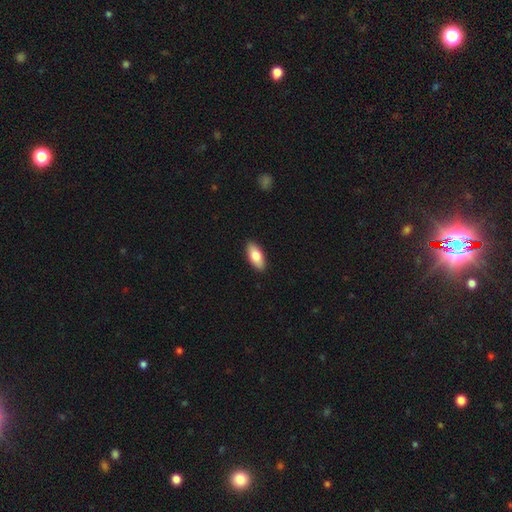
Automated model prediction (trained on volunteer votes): smooth-or-featured: smooth: 80% | featured or disk: 14% | star or artifact: 6%
  how-rounded: in between: 86% | cigar-shaped: 12% | round: 2%
  merging: none: 90% | minor disturbance: 7% | major disturbance: 2% | merger: 1%